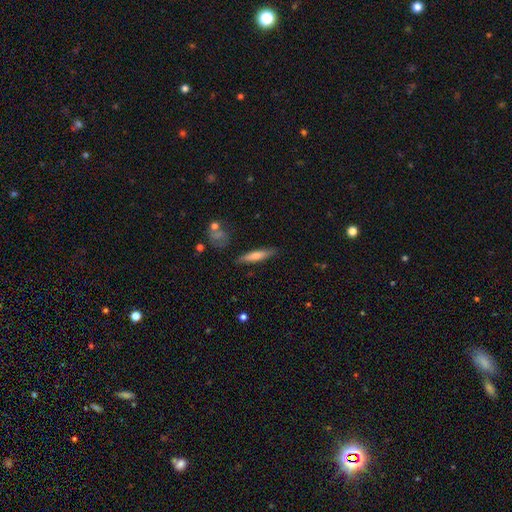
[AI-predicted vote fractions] Smooth or featured?
  - smooth: 67% *
  - featured or disk: 27%
  - star or artifact: 6%
How rounded?
  - cigar-shaped: 85% *
  - in between: 13%
  - round: 2%
Merging?
  - none: 84% *
  - minor disturbance: 11%
  - major disturbance: 3%
  - merger: 2%